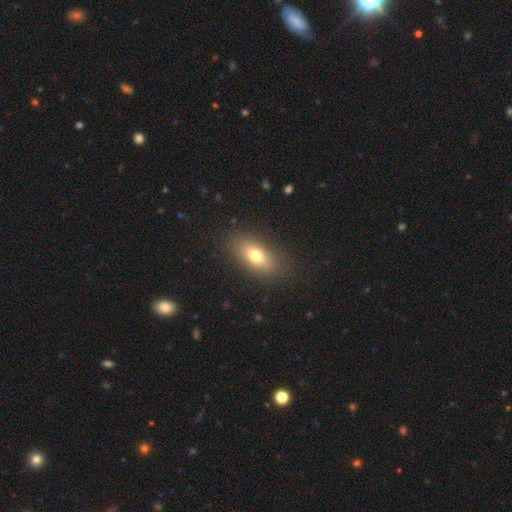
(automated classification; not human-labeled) Q: Smooth or featured?
A: smooth (72%); runner-up: featured or disk (18%)
Q: How rounded?
A: in between (82%); runner-up: cigar-shaped (10%)
Q: Merging?
A: none (85%); runner-up: minor disturbance (9%)